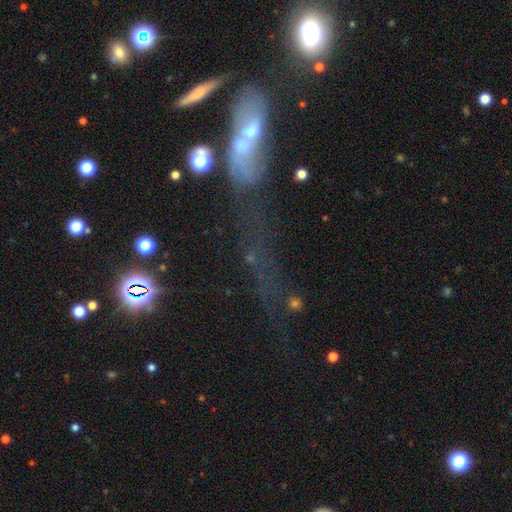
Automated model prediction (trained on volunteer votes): Smooth or featured? smooth (37%)
Merging? none (30%)